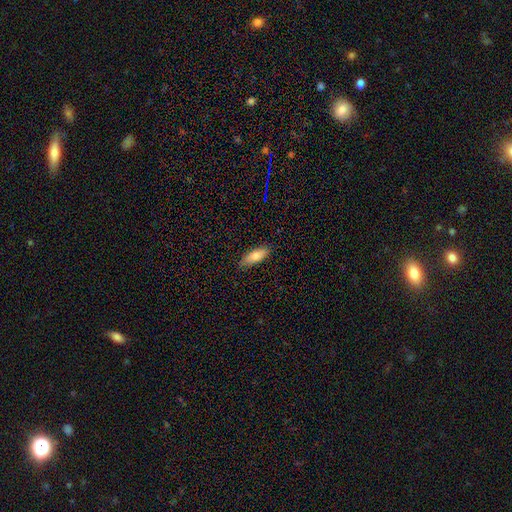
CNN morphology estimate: Overall: smooth (77%). How rounded: in between (66%; cigar-shaped 32%). Merging: none (85%).